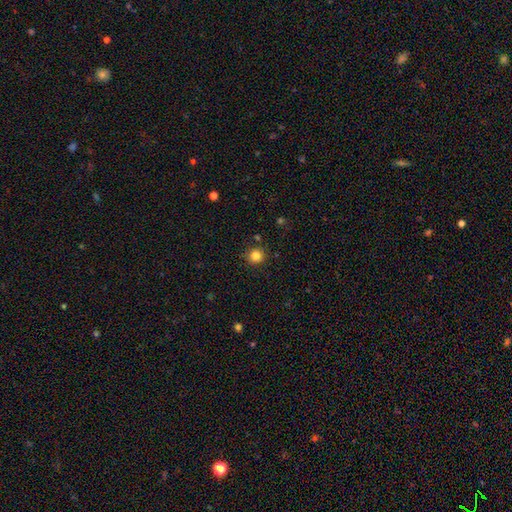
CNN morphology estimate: Smooth or featured? smooth (83%)
How rounded? round (93%)
Merging? none (90%)